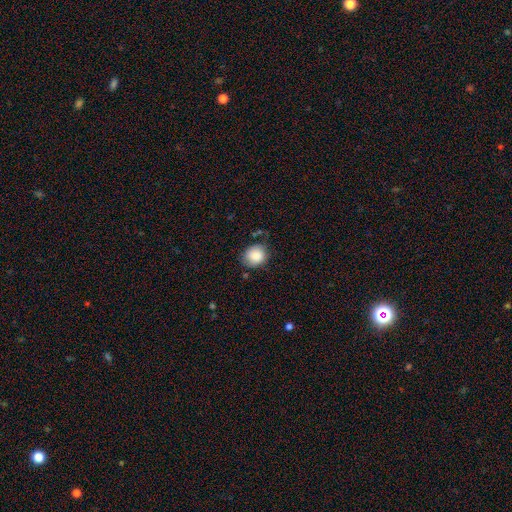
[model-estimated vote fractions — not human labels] Smooth or featured? Predicted: smooth (p=0.87). How rounded? Predicted: round (p=0.72). Merging? Predicted: none (p=0.71).